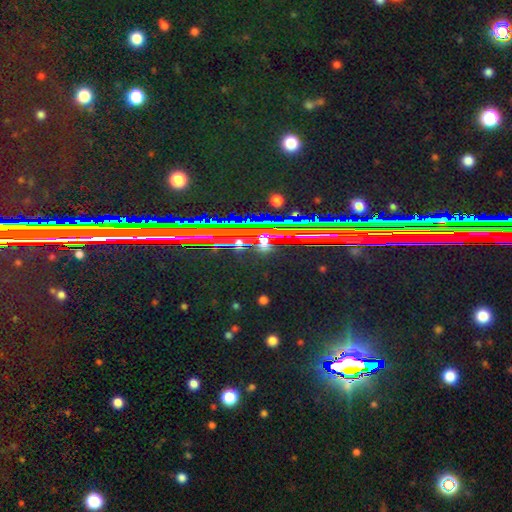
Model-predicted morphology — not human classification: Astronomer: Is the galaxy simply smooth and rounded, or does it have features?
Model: star or artifact — 76%.